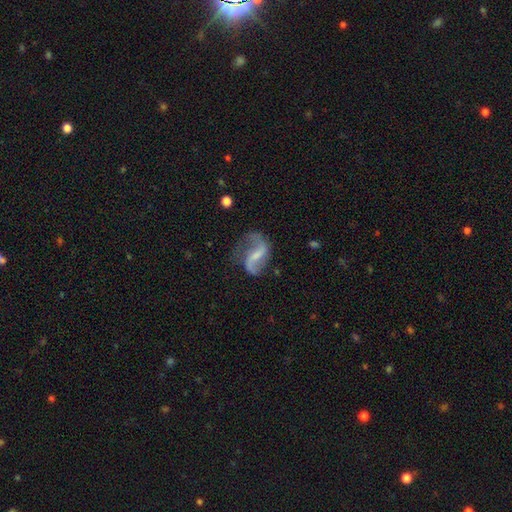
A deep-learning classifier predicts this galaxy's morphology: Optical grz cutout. It shows a featured or disk galaxy (84%) with a weak bar (46%), 2 (88%) loose (70%) spiral arms (93%) and a small central bulge (39%). Merging: none (59%).